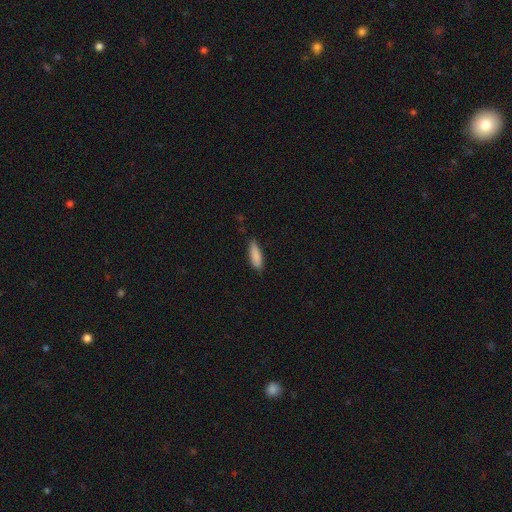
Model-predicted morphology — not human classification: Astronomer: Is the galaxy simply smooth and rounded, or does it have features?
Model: smooth — 87%.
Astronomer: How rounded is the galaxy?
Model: in between — 49%, tied with cigar-shaped at 49%.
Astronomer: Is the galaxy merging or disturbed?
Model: none — 80%.